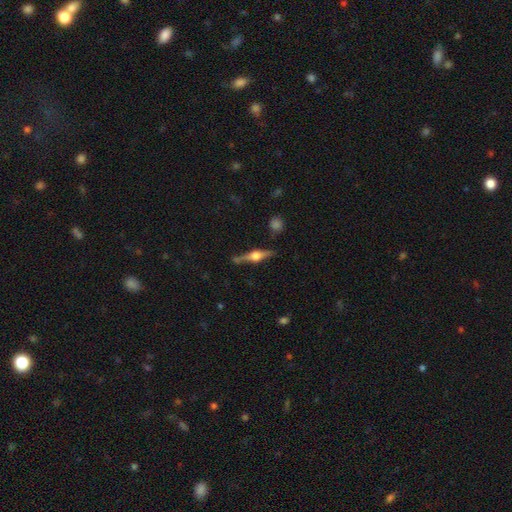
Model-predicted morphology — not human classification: This appears to be a featured or disk galaxy (78%) viewed edge-on (97%) with a rounded central bulge (94%). Merging: none (83%).